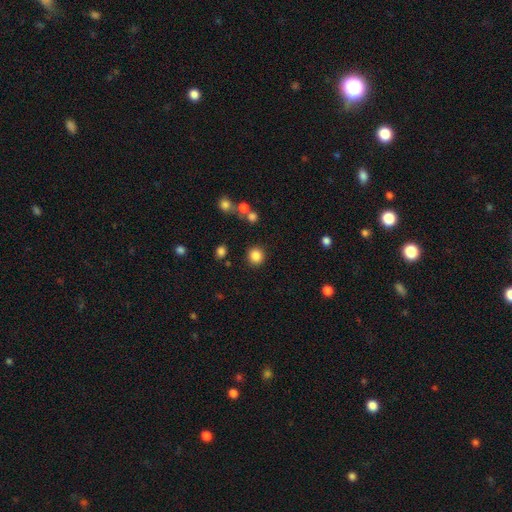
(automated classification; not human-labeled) This appears to be a smooth galaxy with no disk features (85%) that is round (90%). Merging: none (88%).